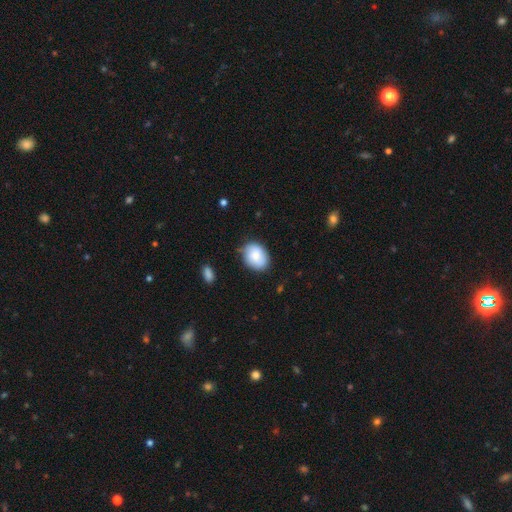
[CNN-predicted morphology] The model was most divided on "how rounded": in between: 62%, round: 37%, cigar-shaped: 1%. More confident: smooth or featured — smooth (79%); merging — none (74%).